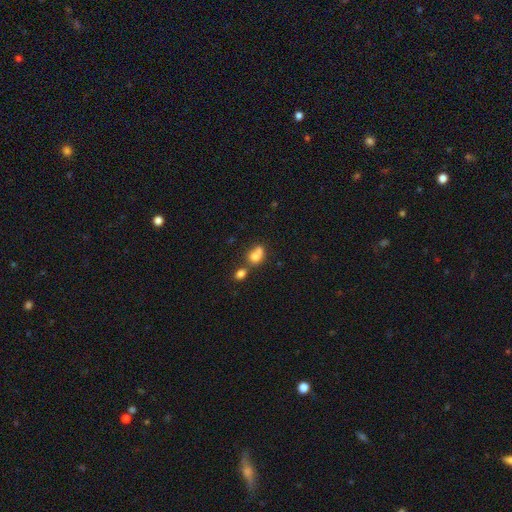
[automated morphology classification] type=smooth (75%); roundness=in between (50%); merging=merger (57%).